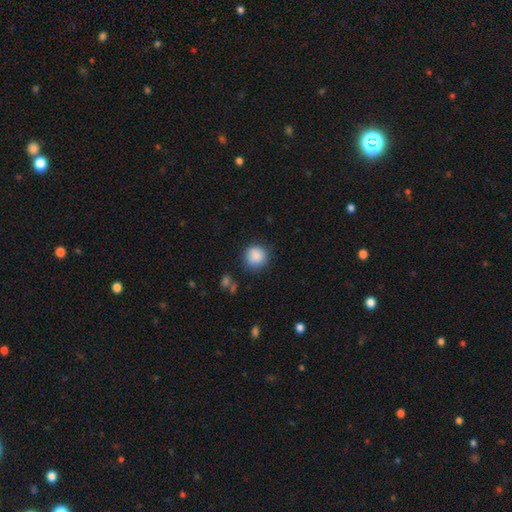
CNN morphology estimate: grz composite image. It shows a smooth galaxy with no disk features (88%) that is round (92%). Merging: none (84%).